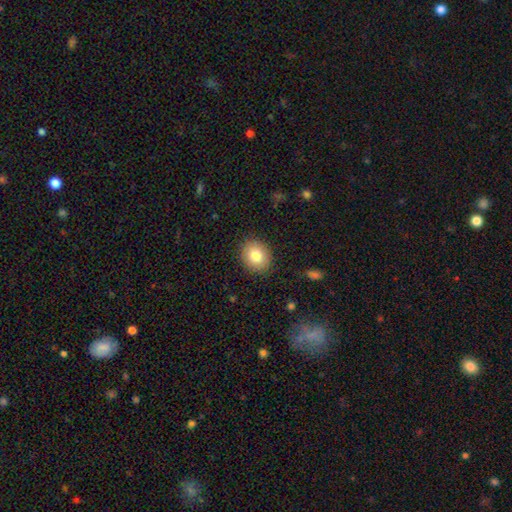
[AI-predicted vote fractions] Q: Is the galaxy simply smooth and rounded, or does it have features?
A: smooth — 80%.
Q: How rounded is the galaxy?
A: round — 62%.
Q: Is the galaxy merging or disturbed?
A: none — 89%.